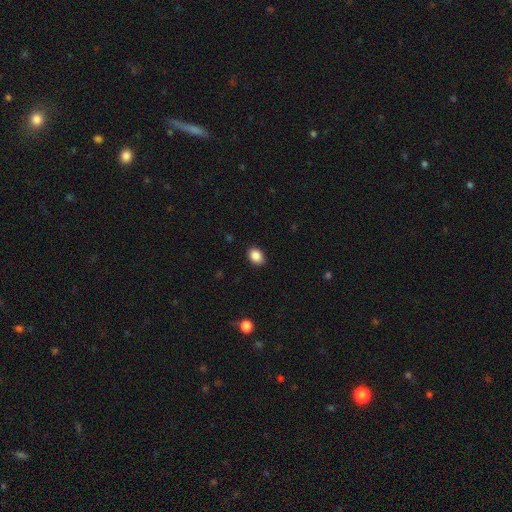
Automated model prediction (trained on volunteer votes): This is clearly a smooth galaxy (88%). How rounded: likely in between (68%). Merging: clearly none (88%).